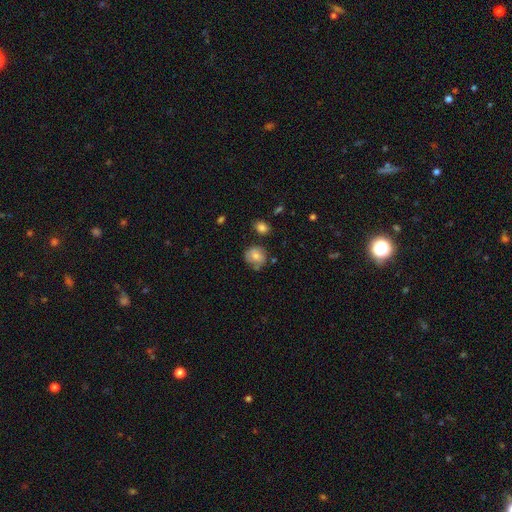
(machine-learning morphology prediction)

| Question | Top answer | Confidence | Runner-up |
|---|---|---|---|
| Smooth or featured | smooth | 68% | featured or disk (24%) |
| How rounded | round | 74% | in between (25%) |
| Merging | none | 62% | minor disturbance (25%) |